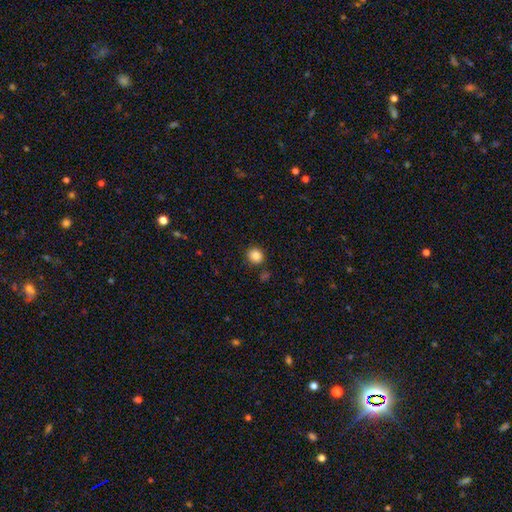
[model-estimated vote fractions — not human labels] Smooth or featured?
  - smooth: 86% *
  - star or artifact: 11%
  - featured or disk: 4%
How rounded?
  - round: 87% *
  - in between: 12%
  - cigar-shaped: 1%
Merging?
  - none: 86% *
  - minor disturbance: 8%
  - merger: 4%
  - major disturbance: 2%